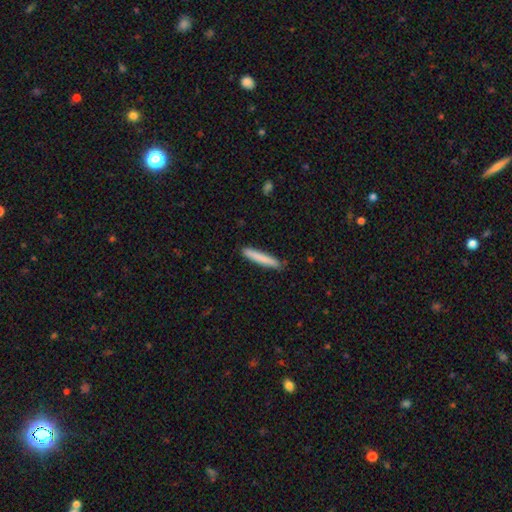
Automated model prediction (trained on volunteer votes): A smooth galaxy with no disk features (81%) that is cigar-shaped (96%).

Vote fractions:
- Smooth or featured? smooth: 81% / featured or disk: 13% / star or artifact: 6%
- How rounded? cigar-shaped: 96% / in between: 3% / round: 1%
- Merging? none: 90% / minor disturbance: 7% / major disturbance: 1% / merger: 1%